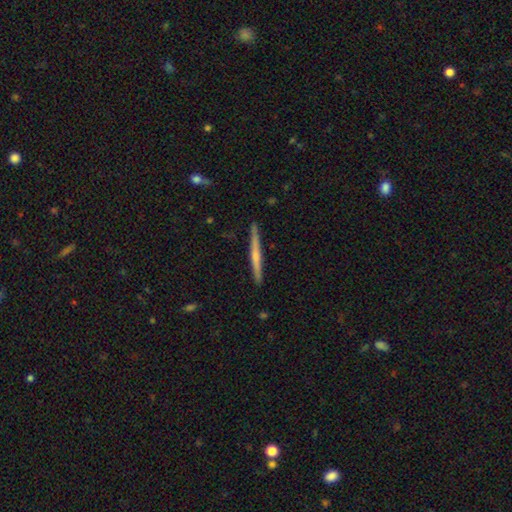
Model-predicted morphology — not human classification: featured or disk 55%, smooth 40%, star or artifact 5%. Down the decision tree: edge-on disk — yes (98%); edge-on bulge — none (51%); merging — none (91%).